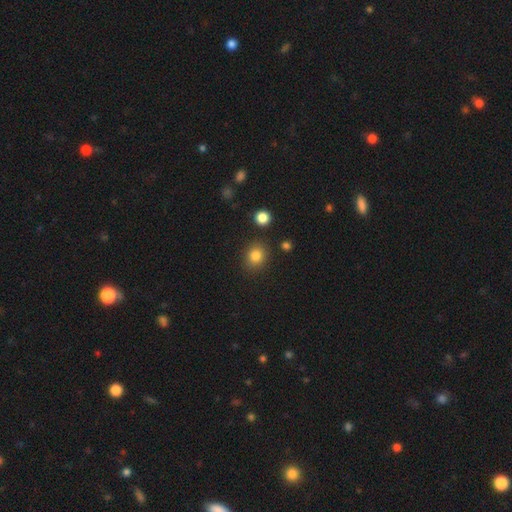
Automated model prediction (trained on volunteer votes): smooth_or_featured: smooth (p=0.83) [alt: star or artifact p=0.11]
how_rounded: round (p=0.73) [alt: in between p=0.26]
merging: none (p=0.85) [alt: minor disturbance p=0.09]